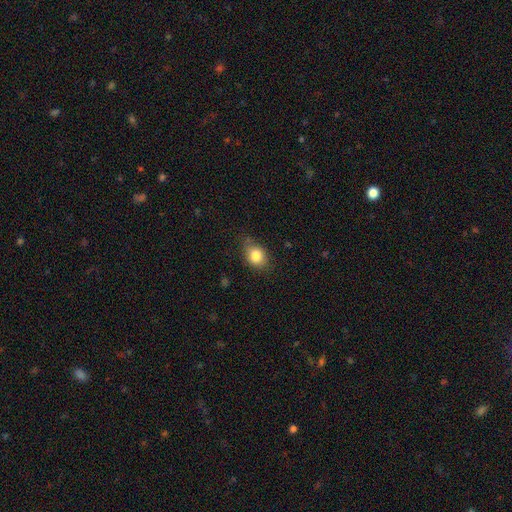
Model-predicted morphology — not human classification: smooth 83%, star or artifact 10%, featured or disk 8%. Down the decision tree: how rounded — in between (50%); merging — none (69%).